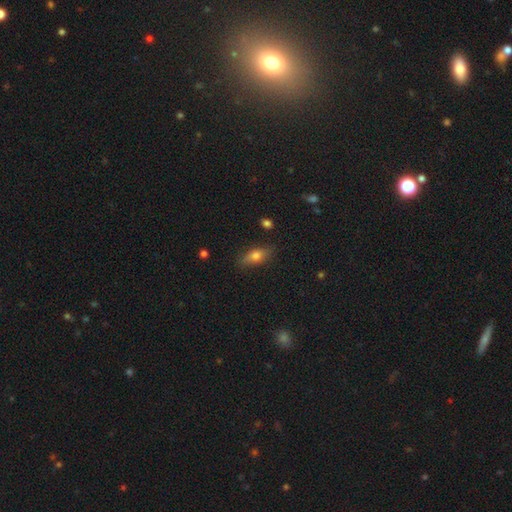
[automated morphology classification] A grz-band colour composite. It shows a smooth galaxy with no disk features (60%) that is in between round and cigar-shaped (68%). Merging: none (81%).